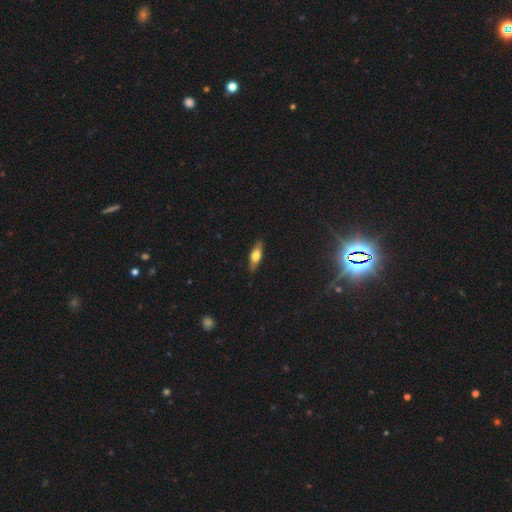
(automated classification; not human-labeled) Smooth or featured?
  - smooth: 59% *
  - featured or disk: 35%
  - star or artifact: 6%
How rounded?
  - in between: 51% *
  - cigar-shaped: 46%
  - round: 3%
Merging?
  - none: 87% *
  - minor disturbance: 10%
  - major disturbance: 2%
  - merger: 1%